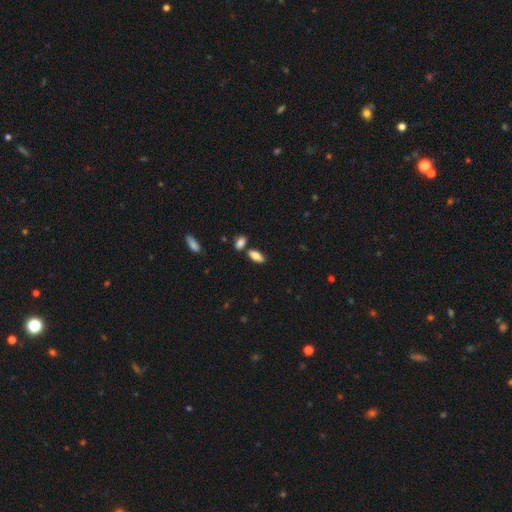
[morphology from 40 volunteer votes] Smooth or featured?
  - smooth: 80% *
  - star or artifact: 12%
  - featured or disk: 8%
How rounded?
  - in between: 84% *
  - cigar-shaped: 12%
  - round: 3%
Merging?
  - none: 74% *
  - merger: 11%
  - major disturbance: 9%
  - minor disturbance: 6%